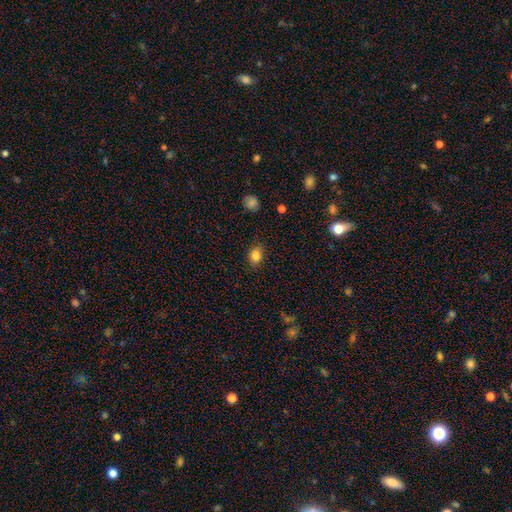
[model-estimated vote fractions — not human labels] Smooth or featured? Predicted: smooth (p=0.84). How rounded? Predicted: in between (p=0.50). Merging? Predicted: none (p=0.81).